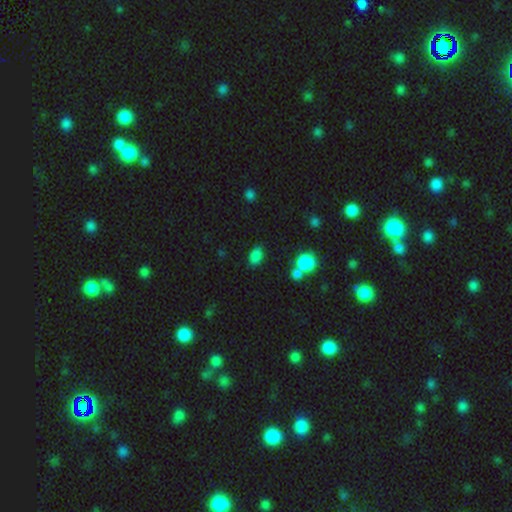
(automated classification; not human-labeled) smooth_or_featured: smooth (p=0.83) [alt: star or artifact p=0.13]
how_rounded: in between (p=0.84) [alt: round p=0.14]
merging: none (p=0.77) [alt: minor disturbance p=0.13]